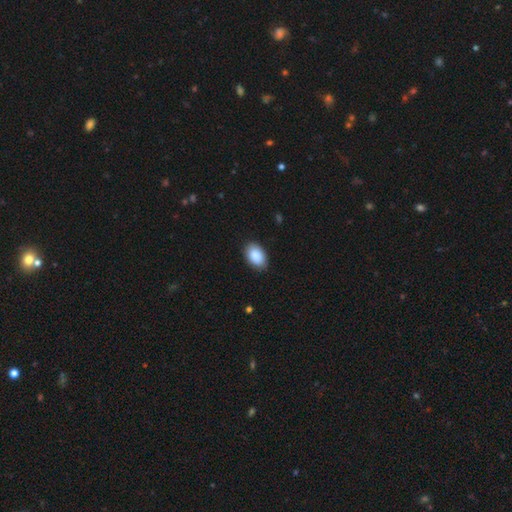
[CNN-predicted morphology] Smooth or featured: smooth — 90% (star or artifact — 6%)
How rounded: in between — 91% (round — 7%)
Merging: none — 86% (minor disturbance — 11%)